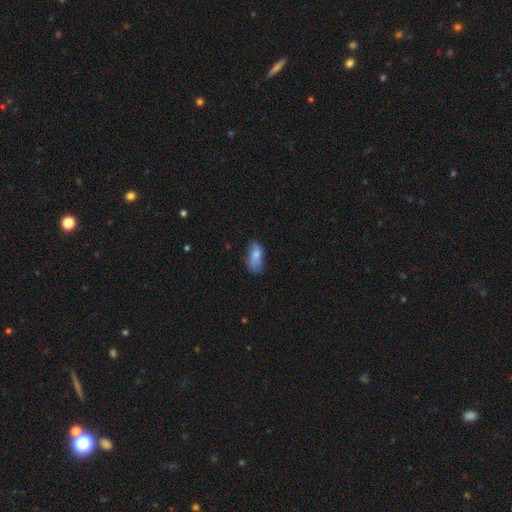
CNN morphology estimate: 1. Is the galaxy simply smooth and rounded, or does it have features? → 74% smooth, 18% featured or disk, 8% star or artifact.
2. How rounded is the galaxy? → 90% in between, 5% cigar-shaped, 4% round.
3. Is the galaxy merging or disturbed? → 51% none, 34% minor disturbance, 13% major disturbance, 2% merger.